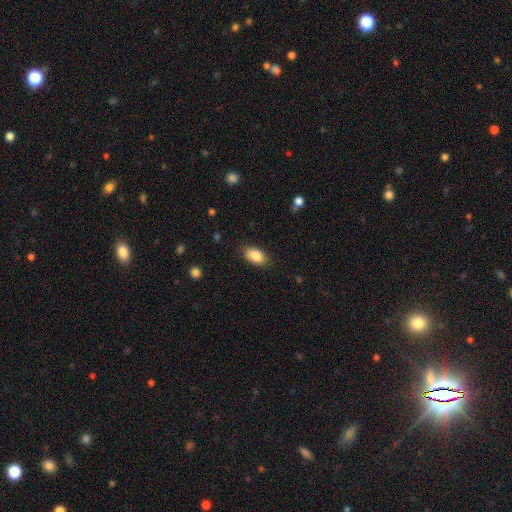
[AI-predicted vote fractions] smooth_or_featured: smooth (p=0.86) [alt: star or artifact p=0.07]
how_rounded: in between (p=0.91) [alt: round p=0.06]
merging: none (p=0.82) [alt: minor disturbance p=0.14]